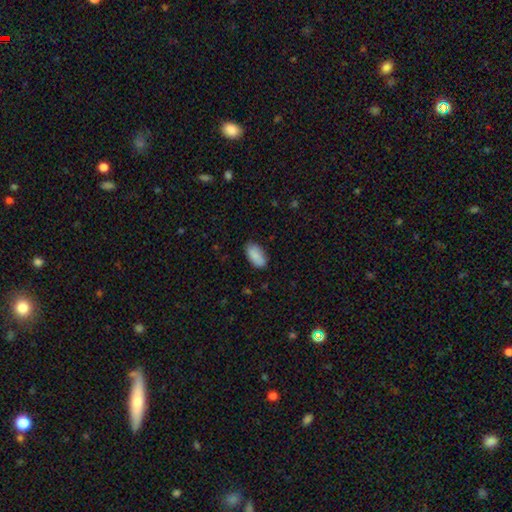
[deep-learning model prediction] This is clearly a smooth galaxy (87%). How rounded: clearly in between (94%). Merging: clearly none (83%).